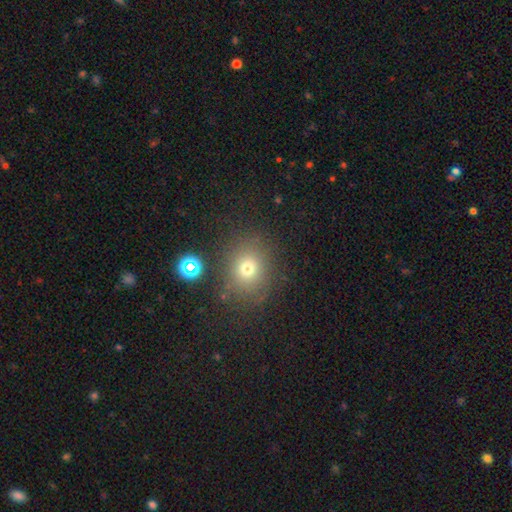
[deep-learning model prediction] smooth-or-featured: smooth: 69% | star or artifact: 20% | featured or disk: 11%
  how-rounded: round: 70% | in between: 29% | cigar-shaped: 1%
  merging: none: 81% | minor disturbance: 11% | major disturbance: 4% | merger: 4%